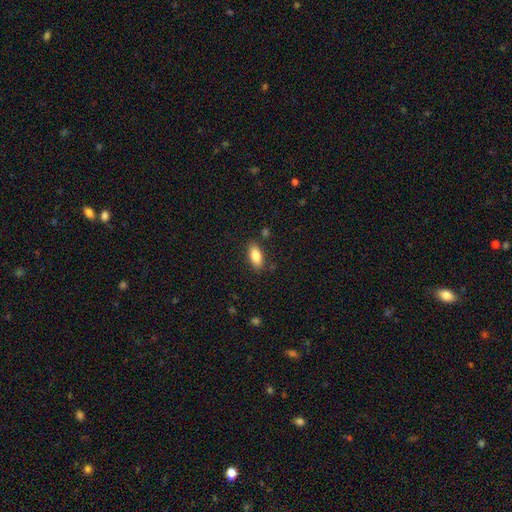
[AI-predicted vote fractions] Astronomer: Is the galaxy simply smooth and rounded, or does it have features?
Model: smooth — 83%.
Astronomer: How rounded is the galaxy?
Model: in between — 86%.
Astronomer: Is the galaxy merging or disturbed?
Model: none — 83%.